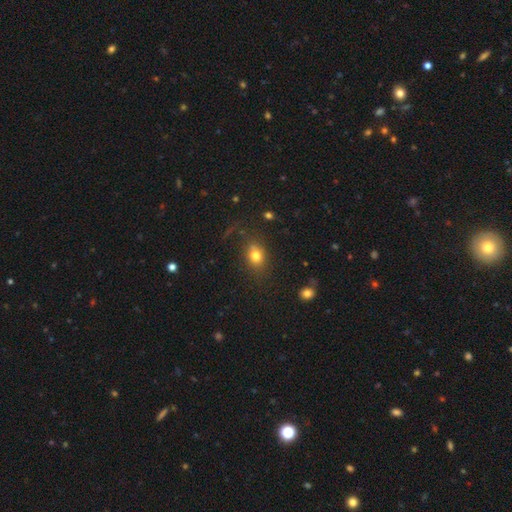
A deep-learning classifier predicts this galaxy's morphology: smooth 77%, star or artifact 13%, featured or disk 10%. Down the decision tree: how rounded — in between (57%); merging — none (73%).